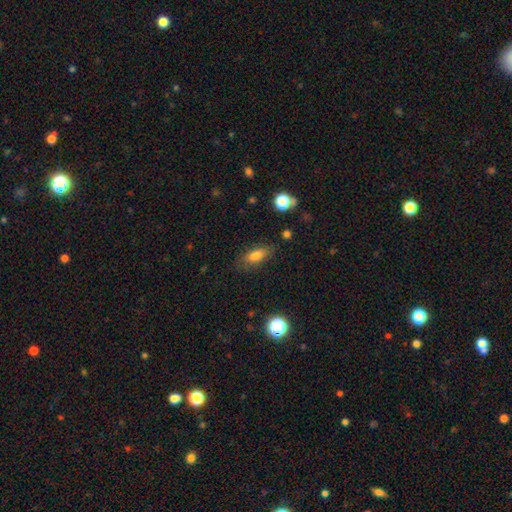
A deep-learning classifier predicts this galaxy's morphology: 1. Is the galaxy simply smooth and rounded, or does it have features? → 78% smooth, 12% featured or disk, 10% star or artifact.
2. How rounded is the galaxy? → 77% in between, 18% cigar-shaped, 5% round.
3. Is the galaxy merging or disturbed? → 78% none, 15% minor disturbance, 5% major disturbance, 2% merger.